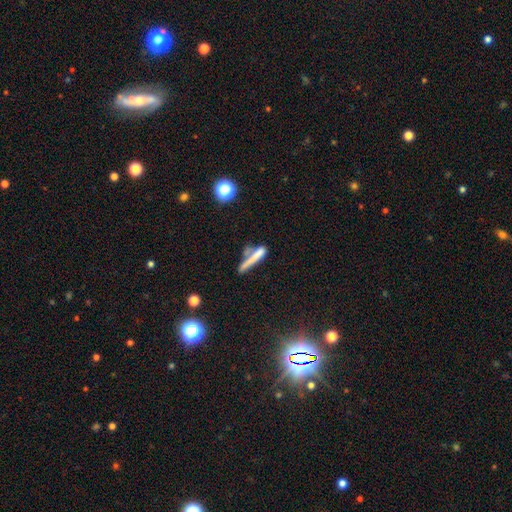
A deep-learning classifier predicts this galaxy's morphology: smooth 65%, featured or disk 25%, star or artifact 10%. Down the decision tree: how rounded — cigar-shaped (89%); merging — none (44%).